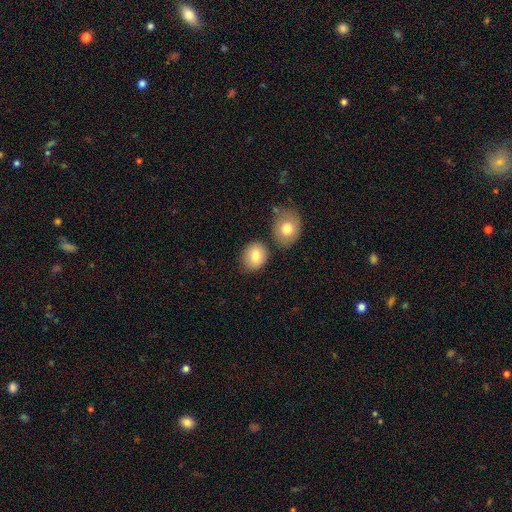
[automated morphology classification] type=smooth (81%); roundness=round (58%); merging=none (73%).